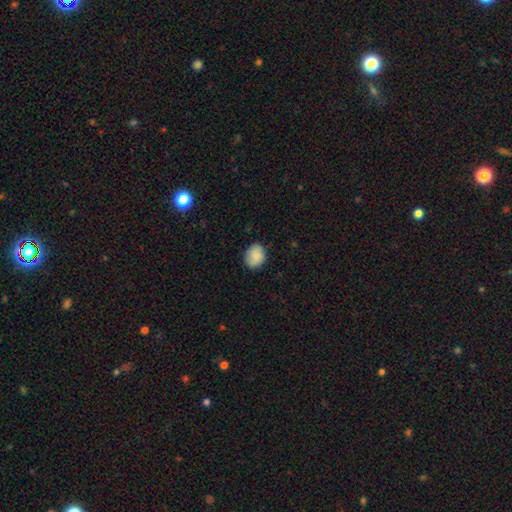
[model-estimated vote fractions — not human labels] smooth_or_featured: smooth (p=0.84) [alt: featured or disk p=0.08]
how_rounded: round (p=0.57) [alt: in between p=0.42]
merging: none (p=0.81) [alt: minor disturbance p=0.16]